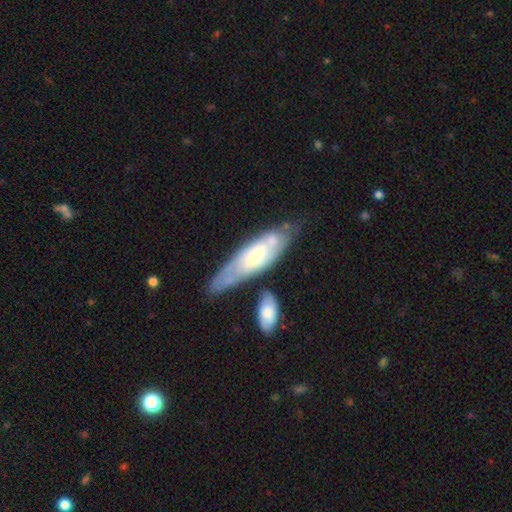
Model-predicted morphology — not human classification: This is likely a featured or disk galaxy (64%). It is likely not viewed edge-on (64%). Merging: possibly none (59%).